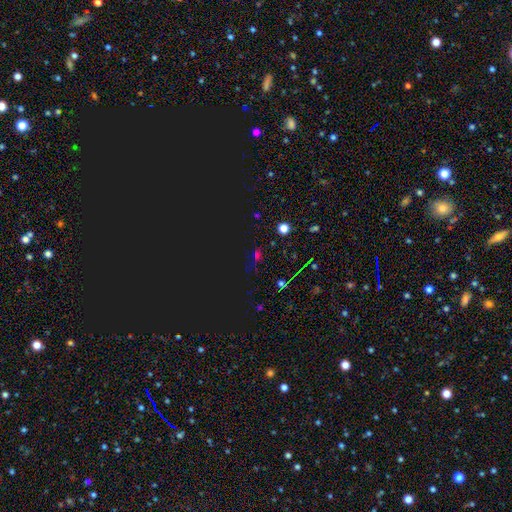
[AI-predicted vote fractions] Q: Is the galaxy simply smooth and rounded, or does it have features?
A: star or artifact — 67%.